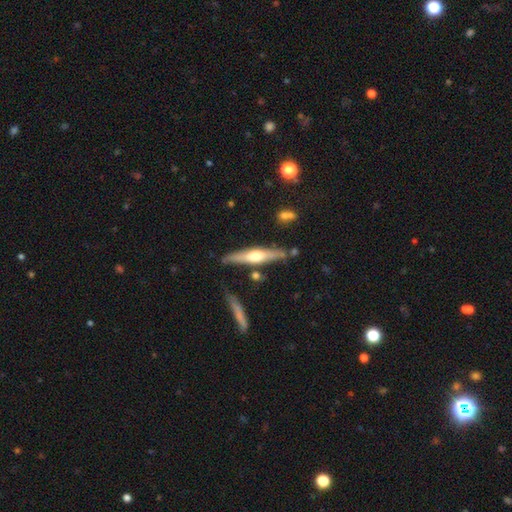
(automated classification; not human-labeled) This appears to be a featured or disk galaxy (61%) viewed edge-on (95%) with a rounded central bulge (89%). Merging: none (81%).